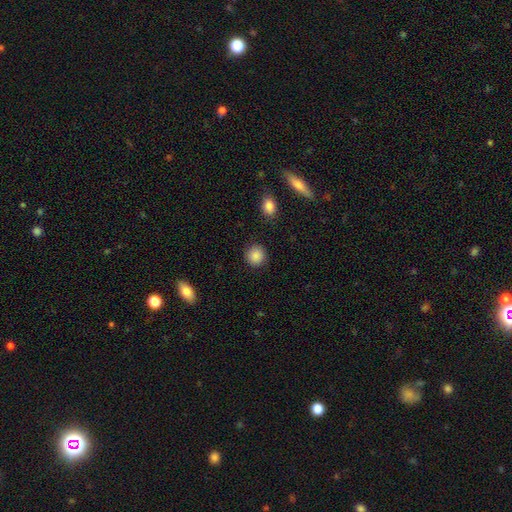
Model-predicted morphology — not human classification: Q: Smooth or featured?
A: smooth (88%); runner-up: star or artifact (9%)
Q: How rounded?
A: round (89%); runner-up: in between (10%)
Q: Merging?
A: none (90%); runner-up: minor disturbance (7%)